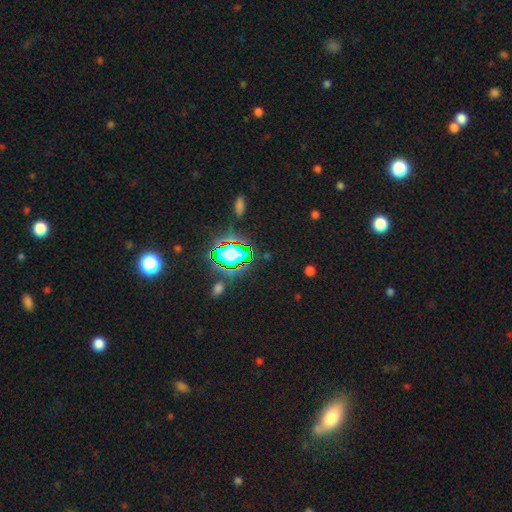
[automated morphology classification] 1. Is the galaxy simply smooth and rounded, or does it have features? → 79% star or artifact, 14% smooth, 8% featured or disk.